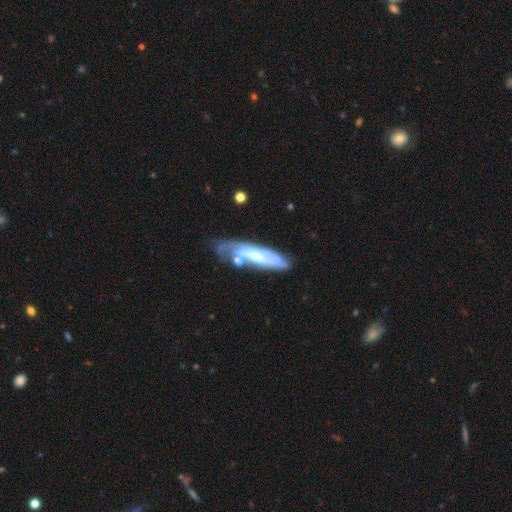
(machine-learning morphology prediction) featured or disk 69%, smooth 25%, star or artifact 6%. Down the decision tree: edge-on disk — no (68%); merging — none (48%).